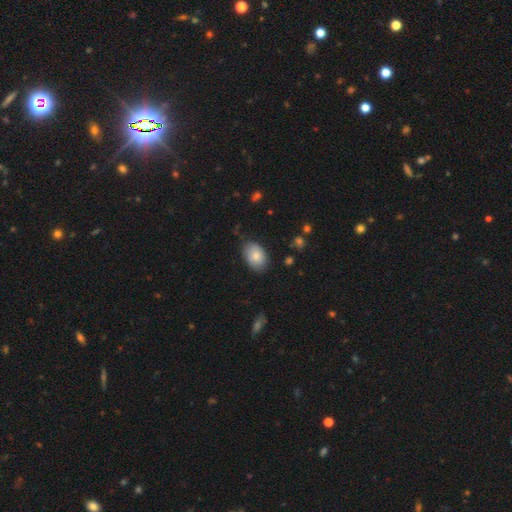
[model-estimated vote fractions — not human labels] Smooth or featured? Predicted: smooth (p=0.80). How rounded? Predicted: in between (p=0.87). Merging? Predicted: none (p=0.79).